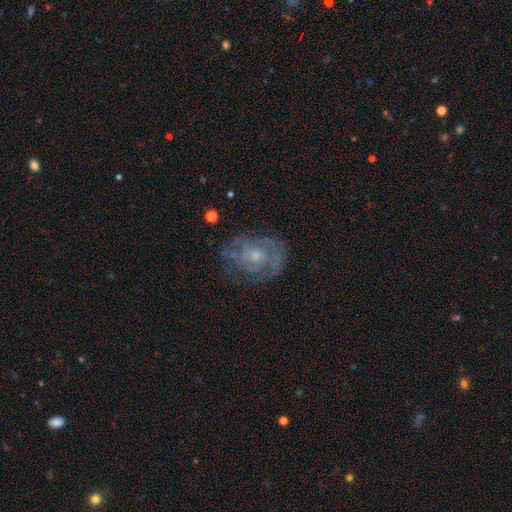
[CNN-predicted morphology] smooth_or_featured: featured or disk (p=0.68) [alt: smooth p=0.23]
disk_edge_on: no (p=0.97) [alt: yes p=0.03]
bar: no (p=0.83) [alt: weak p=0.15]
has_spiral_arms: yes (p=0.61) [alt: no p=0.39]
bulge_size: small (p=0.55) [alt: moderate p=0.38]
merging: none (p=0.60) [alt: minor disturbance p=0.22]